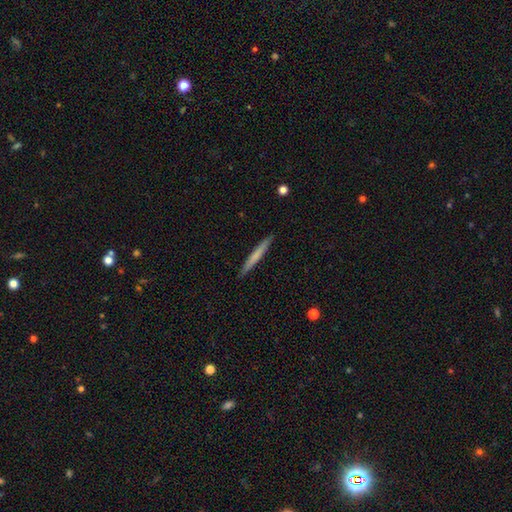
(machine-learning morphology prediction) This is likely a smooth galaxy (62%). How rounded: clearly cigar-shaped (97%). Merging: clearly none (91%).